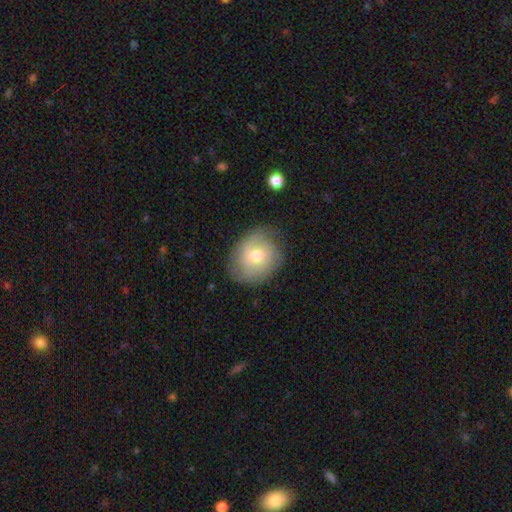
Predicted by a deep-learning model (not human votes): Q: Smooth or featured?
A: smooth (62%); runner-up: featured or disk (30%)
Q: How rounded?
A: round (62%); runner-up: in between (37%)
Q: Merging?
A: none (71%); runner-up: minor disturbance (22%)